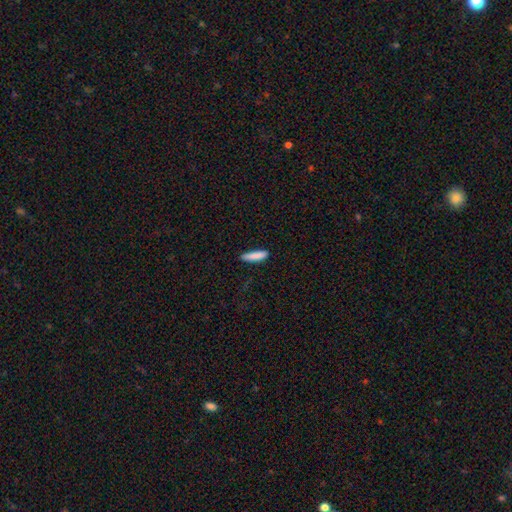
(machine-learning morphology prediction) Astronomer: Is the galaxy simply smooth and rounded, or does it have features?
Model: smooth — 86%.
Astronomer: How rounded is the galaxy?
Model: cigar-shaped — 81%.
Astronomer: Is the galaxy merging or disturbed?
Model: none — 83%.